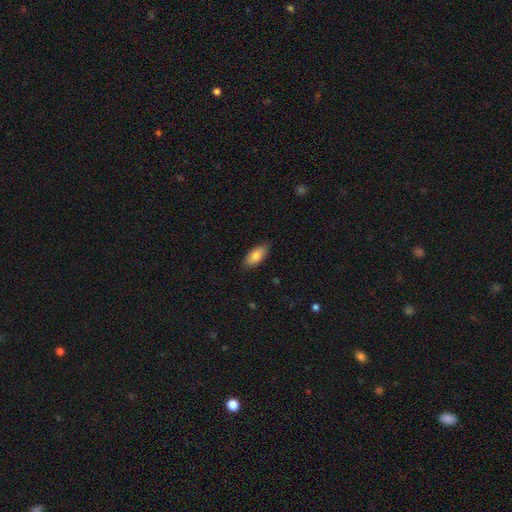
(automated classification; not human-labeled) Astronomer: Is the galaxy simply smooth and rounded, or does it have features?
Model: smooth — 82%.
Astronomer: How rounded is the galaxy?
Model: in between — 89%.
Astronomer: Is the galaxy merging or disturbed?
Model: none — 84%.